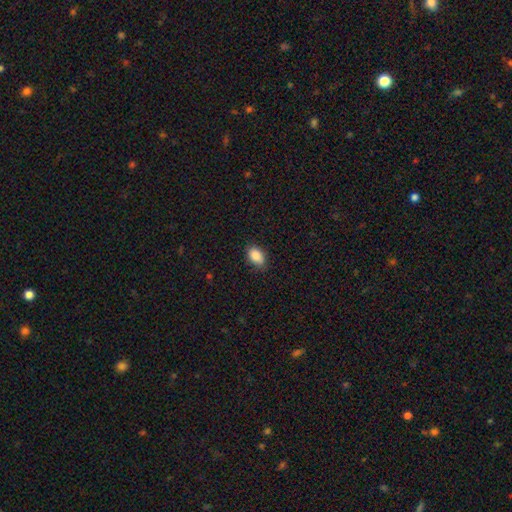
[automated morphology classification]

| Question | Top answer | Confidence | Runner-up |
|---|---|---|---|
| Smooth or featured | smooth | 88% | star or artifact (8%) |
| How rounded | in between | 88% | round (11%) |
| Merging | none | 83% | minor disturbance (14%) |